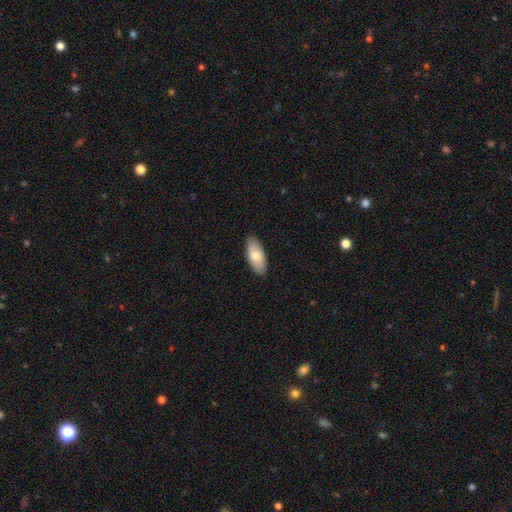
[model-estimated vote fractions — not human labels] smooth 77%, featured or disk 17%, star or artifact 5%. Down the decision tree: how rounded — in between (89%); merging — none (88%).